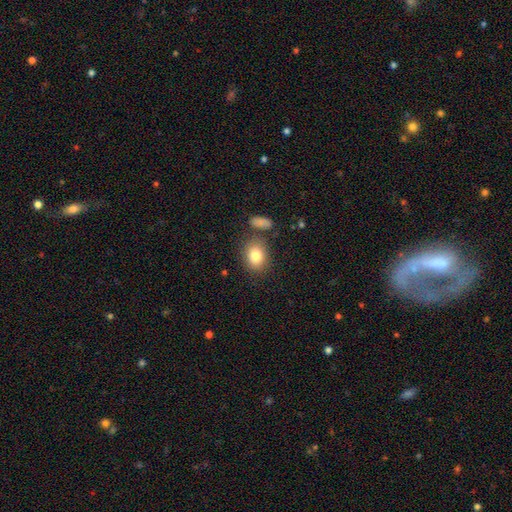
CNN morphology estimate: Smooth or featured? smooth (82%)
How rounded? in between (60%)
Merging? none (76%)